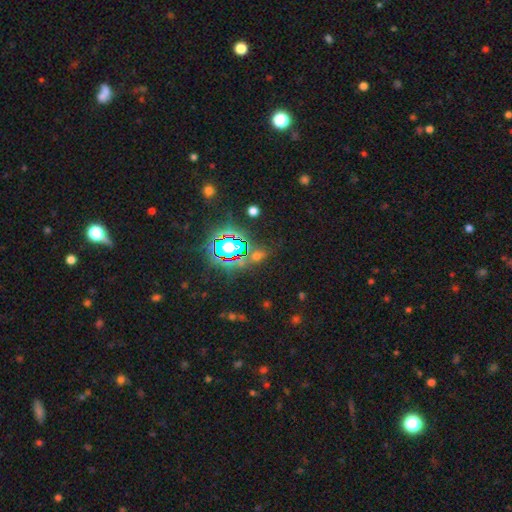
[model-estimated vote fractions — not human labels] Smooth or featured?
  - star or artifact: 69% *
  - smooth: 22%
  - featured or disk: 9%